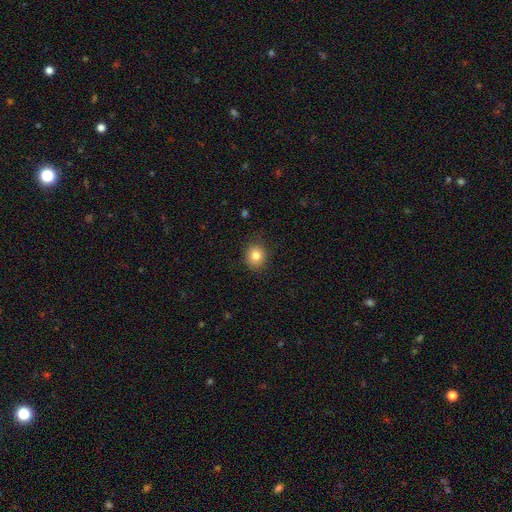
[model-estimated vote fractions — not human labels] A smooth galaxy with no disk features (81%) that is round (77%). Merging: none (86%).